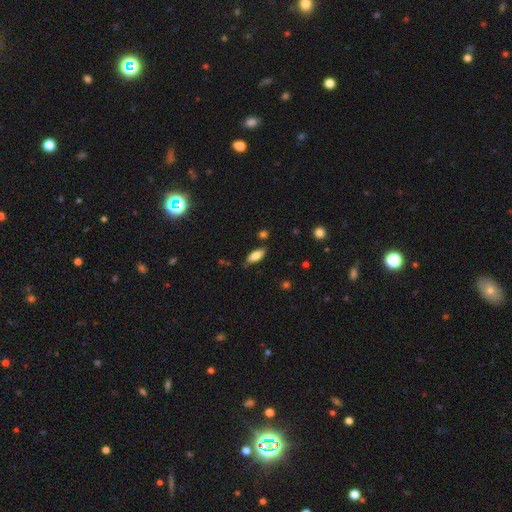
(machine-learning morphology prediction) This is likely a smooth galaxy (80%). How rounded: likely in between (75%). Merging: likely none (79%).